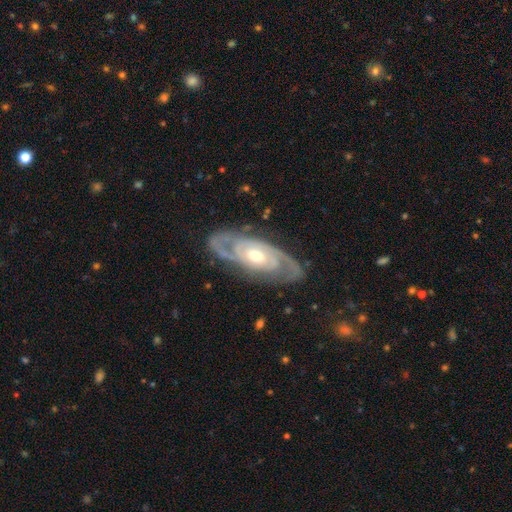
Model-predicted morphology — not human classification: smooth_or_featured: featured or disk (p=0.90) [alt: smooth p=0.06]
disk_edge_on: no (p=0.93) [alt: yes p=0.07]
bar: no (p=0.59) [alt: weak p=0.29]
has_spiral_arms: yes (p=0.96) [alt: no p=0.04]
spiral_winding: tight (p=0.64) [alt: medium p=0.31]
spiral_arm_count: 2 (p=0.84) [alt: can't tell p=0.06]
bulge_size: moderate (p=0.71) [alt: small p=0.20]
merging: none (p=0.84) [alt: minor disturbance p=0.12]